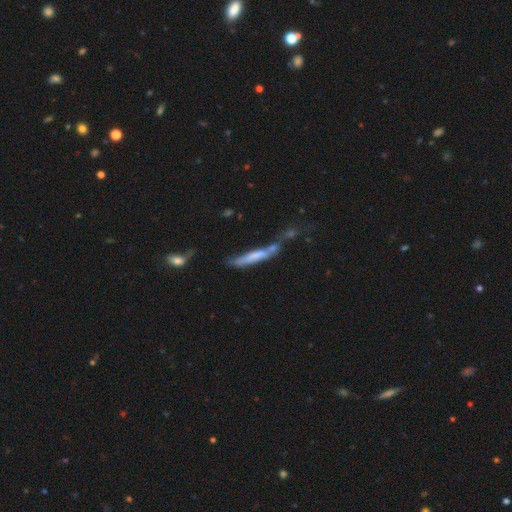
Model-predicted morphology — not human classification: smooth_or_featured: smooth (p=0.51) [alt: featured or disk p=0.40]
how_rounded: cigar-shaped (p=0.91) [alt: in between p=0.07]
merging: merger (p=0.30) [tied with: none p=0.30]